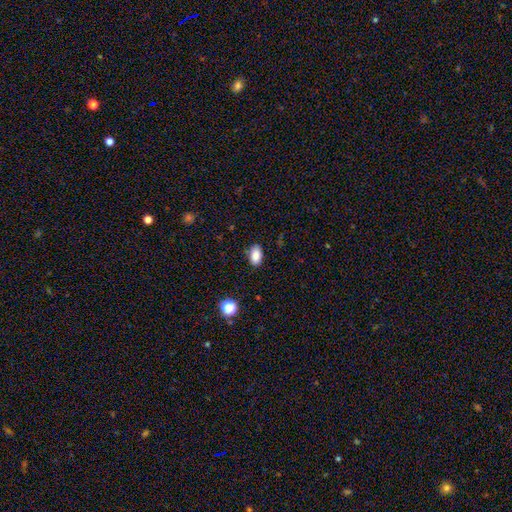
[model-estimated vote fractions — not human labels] Smooth or featured?
  - smooth: 86% *
  - star or artifact: 9%
  - featured or disk: 5%
How rounded?
  - in between: 90% *
  - round: 8%
  - cigar-shaped: 2%
Merging?
  - none: 85% *
  - minor disturbance: 11%
  - major disturbance: 3%
  - merger: 2%